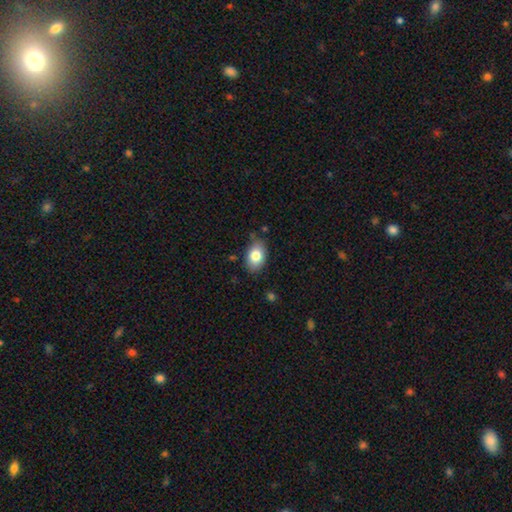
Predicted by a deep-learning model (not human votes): Q: Smooth or featured?
A: smooth (81%); runner-up: featured or disk (11%)
Q: How rounded?
A: in between (85%); runner-up: round (14%)
Q: Merging?
A: none (79%); runner-up: minor disturbance (16%)